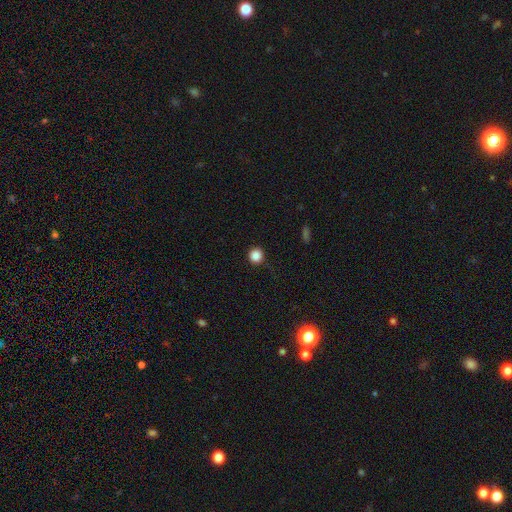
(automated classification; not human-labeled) Q: Smooth or featured?
A: smooth (87%); runner-up: star or artifact (11%)
Q: How rounded?
A: round (95%); runner-up: in between (4%)
Q: Merging?
A: none (90%); runner-up: minor disturbance (7%)